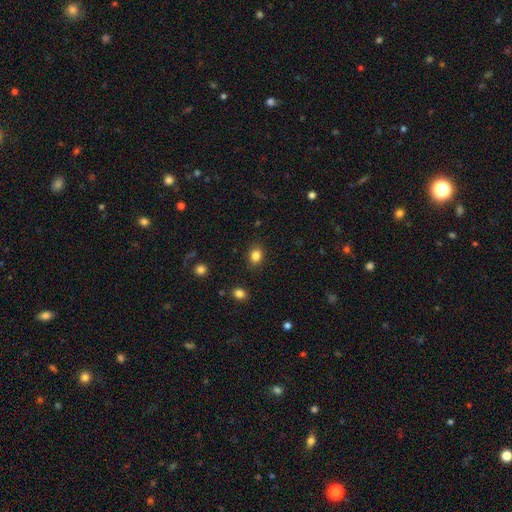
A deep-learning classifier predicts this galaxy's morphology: A smooth galaxy with no disk features (84%) that is round (54%). Merging: none (87%).